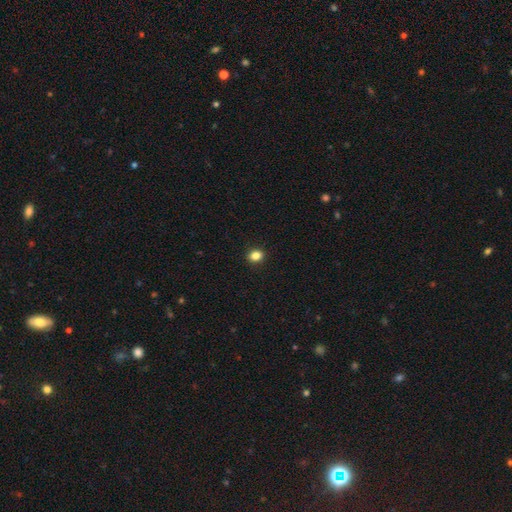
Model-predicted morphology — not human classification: type=smooth (85%); roundness=round (53%); merging=none (91%).